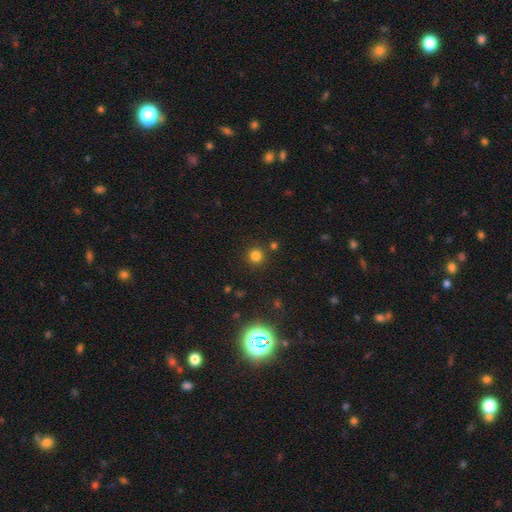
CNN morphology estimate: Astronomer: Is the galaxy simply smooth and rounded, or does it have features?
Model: smooth — 80%.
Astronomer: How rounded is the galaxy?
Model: round — 92%.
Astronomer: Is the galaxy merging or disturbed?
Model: none — 85%.